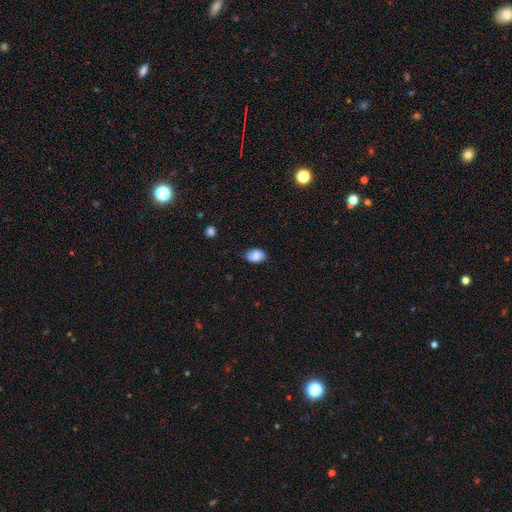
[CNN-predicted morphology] type=smooth (70%); roundness=in between (78%); merging=none (71%).